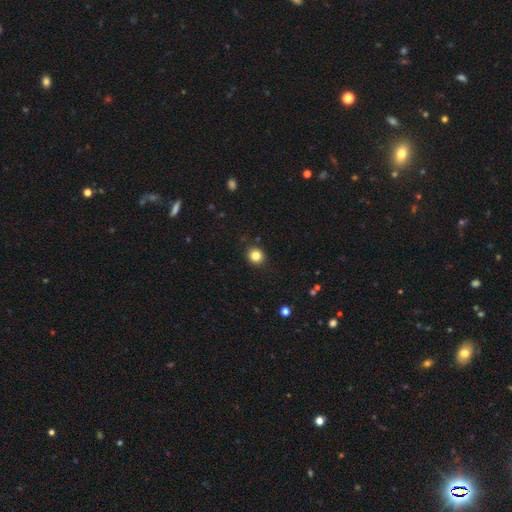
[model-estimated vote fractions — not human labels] The model was most divided on "smooth or featured": smooth: 84%, star or artifact: 12%, featured or disk: 5%. More confident: merging — none (90%); how rounded — round (89%).